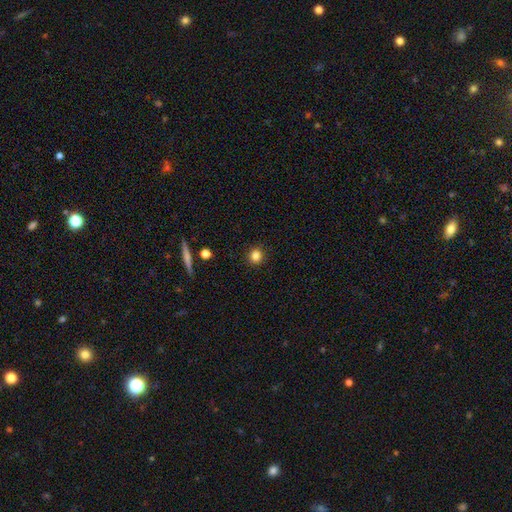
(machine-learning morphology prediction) type=smooth (83%); roundness=round (91%); merging=none (91%).